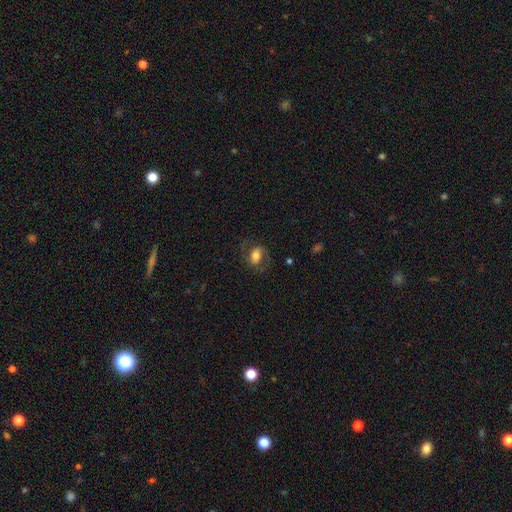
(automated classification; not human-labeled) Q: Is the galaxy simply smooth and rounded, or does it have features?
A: smooth — 49%.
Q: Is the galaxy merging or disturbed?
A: none — 65%.